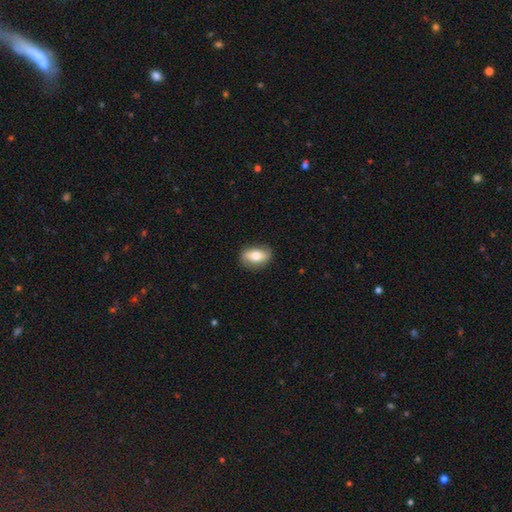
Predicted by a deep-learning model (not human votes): Q: Smooth or featured?
A: smooth (57%); runner-up: featured or disk (36%)
Q: How rounded?
A: in between (81%); runner-up: round (11%)
Q: Merging?
A: none (84%); runner-up: minor disturbance (12%)